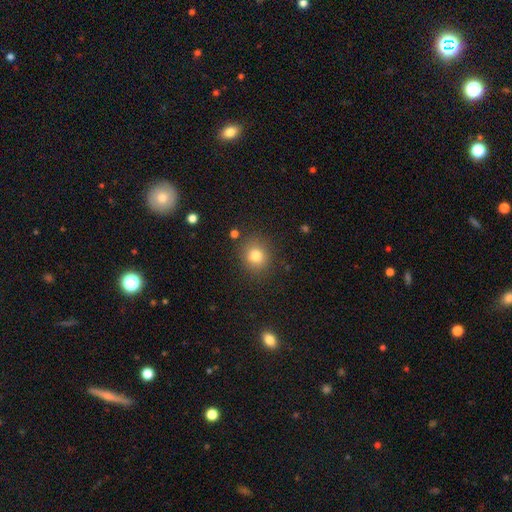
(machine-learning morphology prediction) A smooth galaxy with no disk features (79%) that is round (82%). Merging: none (85%).